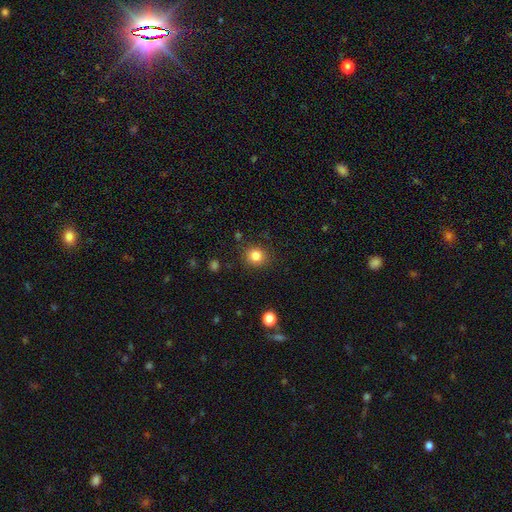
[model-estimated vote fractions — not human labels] Smooth or featured: smooth — 83% (star or artifact — 11%)
How rounded: round — 85% (in between — 14%)
Merging: none — 85% (minor disturbance — 10%)